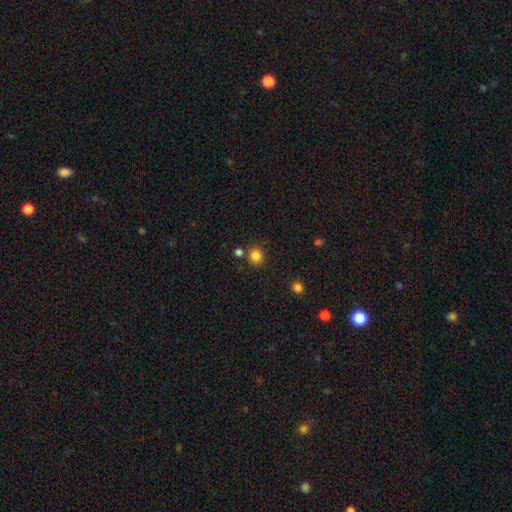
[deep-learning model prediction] Smooth or featured? Predicted: smooth (p=0.84). How rounded? Predicted: round (p=0.85). Merging? Predicted: none (p=0.78).